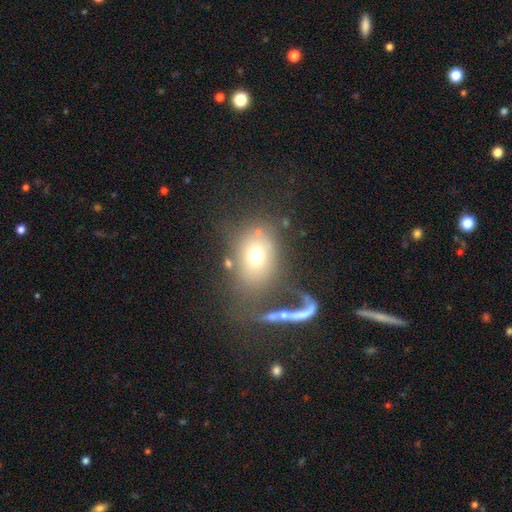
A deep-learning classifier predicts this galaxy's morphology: This is likely a smooth galaxy (67%). How rounded: likely in between (61%). Merging: possibly none (57%).